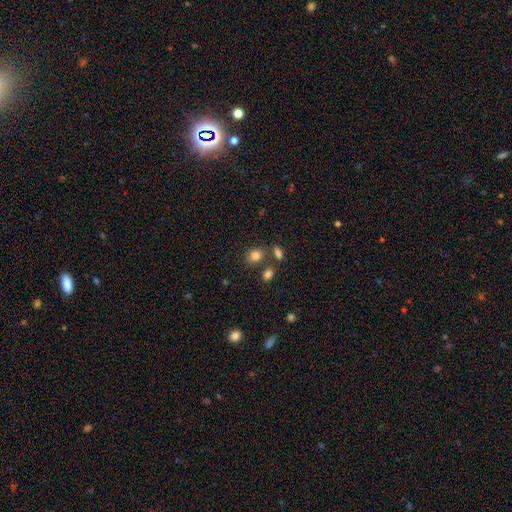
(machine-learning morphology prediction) Smooth or featured? smooth (82%)
How rounded? in between (59%)
Merging? none (68%)